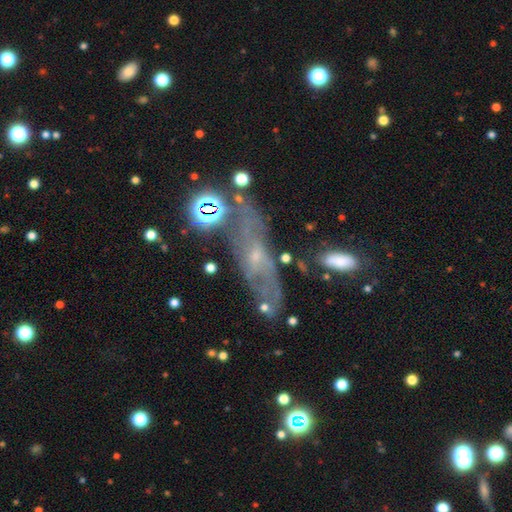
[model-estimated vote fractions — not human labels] smooth-or-featured: featured or disk: 63% | star or artifact: 19% | smooth: 18%
  disk-edge-on: no: 68% | yes: 32%
  merging: none: 67% | minor disturbance: 17% | major disturbance: 9% | merger: 7%